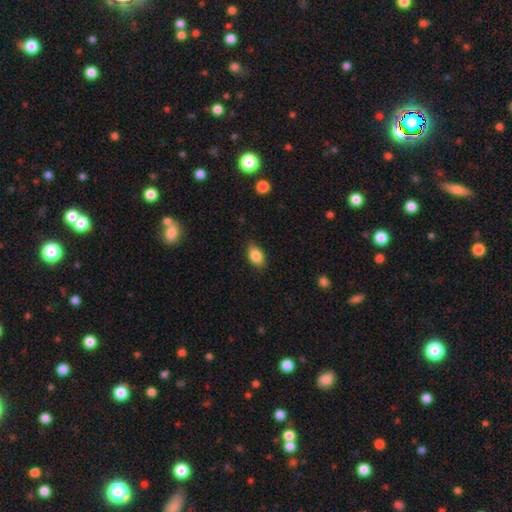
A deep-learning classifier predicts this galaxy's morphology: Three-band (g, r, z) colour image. It shows a smooth galaxy with no disk features (85%) that is in between round and cigar-shaped (86%). Merging: none (83%).